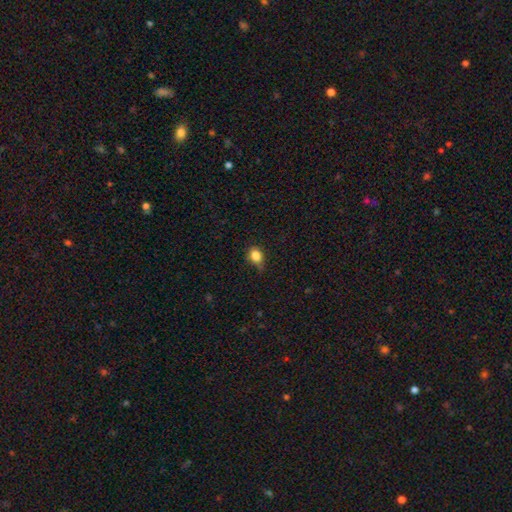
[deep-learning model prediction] Smooth or featured: smooth — 84% (star or artifact — 10%)
How rounded: round — 53% (in between — 46%)
Merging: none — 65% (minor disturbance — 28%)